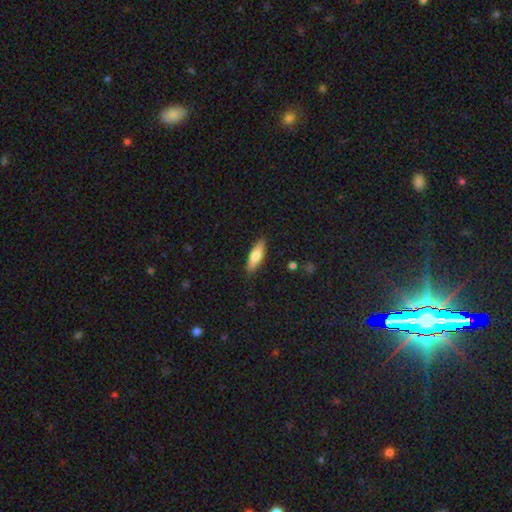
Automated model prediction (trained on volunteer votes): A smooth galaxy with no disk features (71%) that is cigar-shaped (49%, tied with in between). Merging: none (86%).